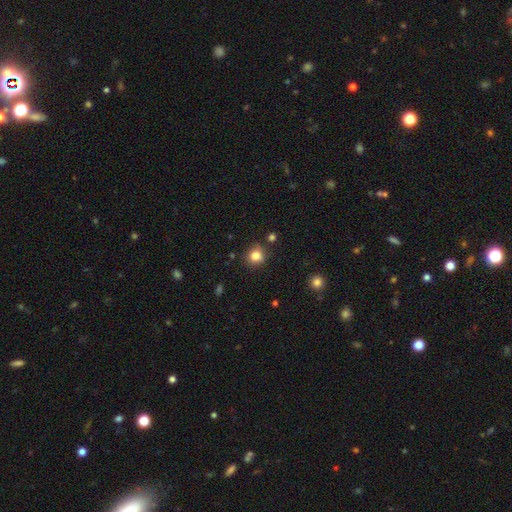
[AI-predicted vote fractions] Overall: smooth (82%). How rounded: round (87%). Merging: none (81%).